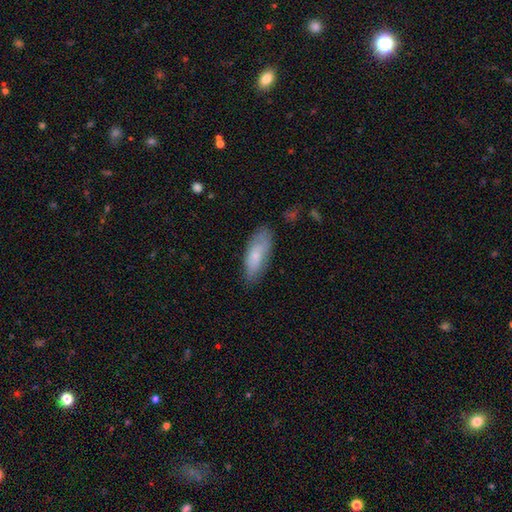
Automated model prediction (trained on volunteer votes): Smooth or featured? Predicted: smooth (p=0.72). How rounded? Predicted: in between (p=0.70). Merging? Predicted: none (p=0.73).